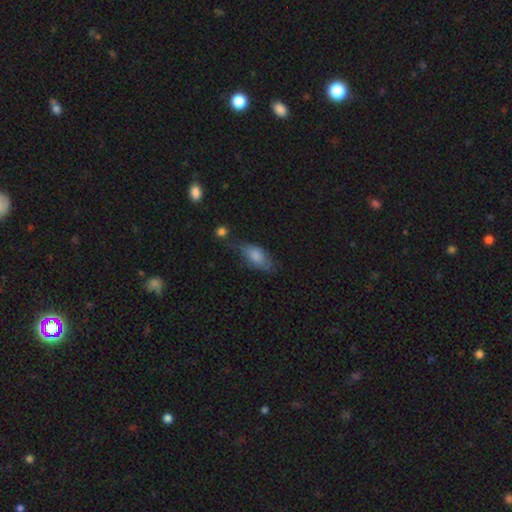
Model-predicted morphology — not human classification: type=smooth (77%); roundness=in between (87%); merging=none (41%).